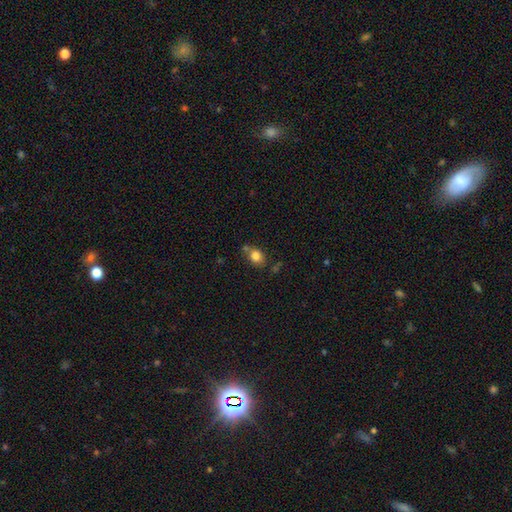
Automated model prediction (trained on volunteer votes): Smooth or featured? smooth (81%)
How rounded? round (50%)
Merging? none (61%)